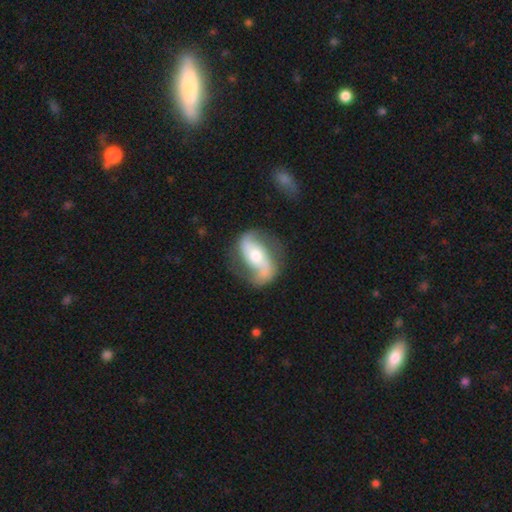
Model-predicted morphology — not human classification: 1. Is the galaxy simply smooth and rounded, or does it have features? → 82% featured or disk, 12% smooth, 5% star or artifact.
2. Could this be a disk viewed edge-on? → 95% no, 5% yes.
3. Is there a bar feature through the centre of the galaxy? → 37% no, 36% strong, 26% weak.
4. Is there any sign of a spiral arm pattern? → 93% yes, 7% no.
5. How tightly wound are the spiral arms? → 61% loose, 29% medium, 10% tight.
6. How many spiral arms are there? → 90% 2, 4% 1, 3% can't tell, 1% 3, 1% 4, 1% more than 4.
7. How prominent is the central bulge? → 59% moderate, 33% small, 6% large, 1% dominant, 1% none.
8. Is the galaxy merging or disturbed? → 72% none, 16% minor disturbance, 9% major disturbance, 2% merger.